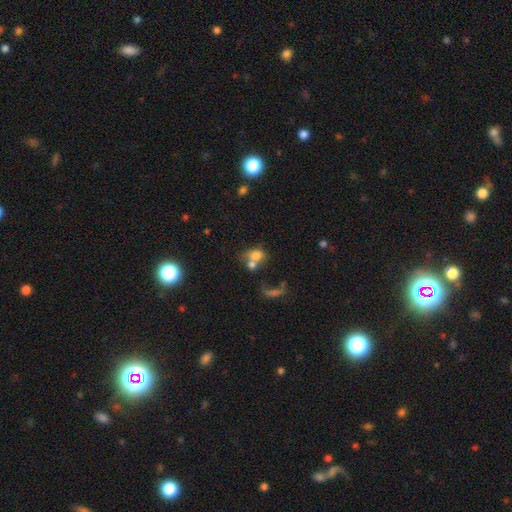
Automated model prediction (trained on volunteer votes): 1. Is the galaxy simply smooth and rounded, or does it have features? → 71% smooth, 16% featured or disk, 12% star or artifact.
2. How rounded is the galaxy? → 52% in between, 46% round, 2% cigar-shaped.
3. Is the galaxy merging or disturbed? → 52% merger, 29% none, 10% minor disturbance, 9% major disturbance.